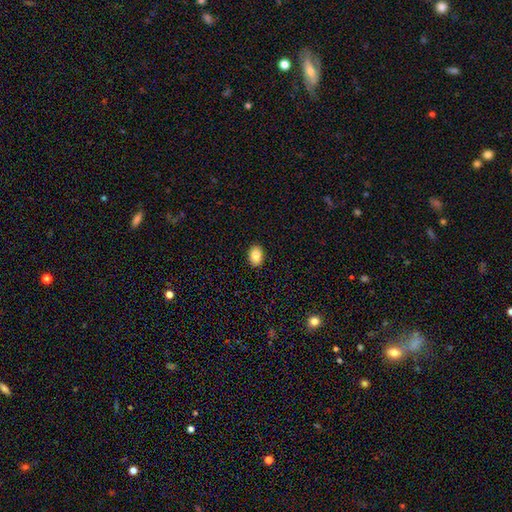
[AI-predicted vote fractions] Smooth or featured? smooth (87%)
How rounded? in between (77%)
Merging? none (90%)